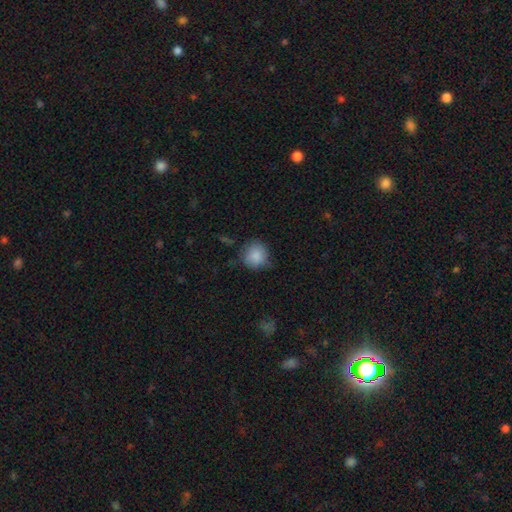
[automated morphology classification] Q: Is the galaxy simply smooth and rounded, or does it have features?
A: smooth — 87%.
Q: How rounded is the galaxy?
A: round — 88%.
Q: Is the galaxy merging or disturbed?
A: none — 69%.